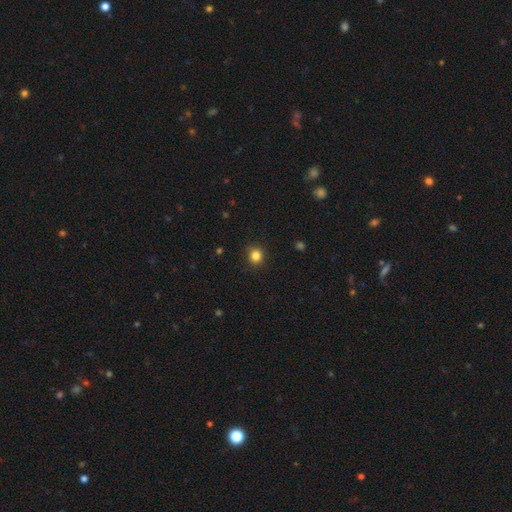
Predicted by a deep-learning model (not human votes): A smooth galaxy with no disk features (83%) that is round (89%).

Vote fractions:
- Smooth or featured? smooth: 83% / star or artifact: 12% / featured or disk: 4%
- How rounded? round: 89% / in between: 10% / cigar-shaped: 1%
- Merging? none: 90% / minor disturbance: 7% / major disturbance: 2% / merger: 1%